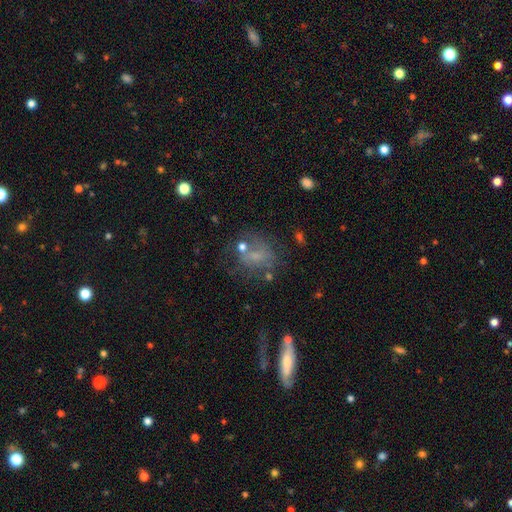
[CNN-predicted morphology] The model was most divided on "smooth or featured": smooth: 41%, featured or disk: 40%, star or artifact: 19%. Remaining: merging — none (48%).